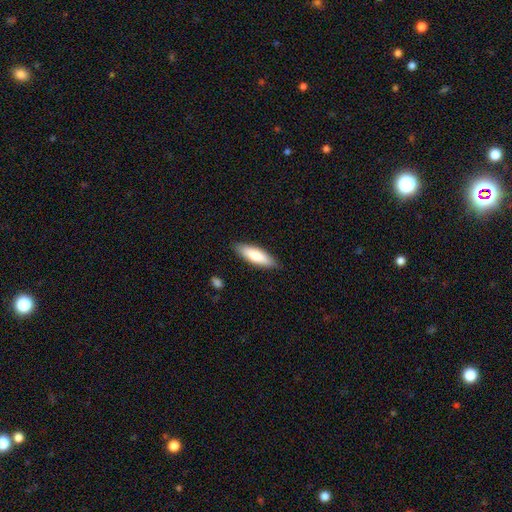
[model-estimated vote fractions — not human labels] This is likely a smooth galaxy (77%). How rounded: possibly cigar-shaped (52%). Merging: clearly none (87%).